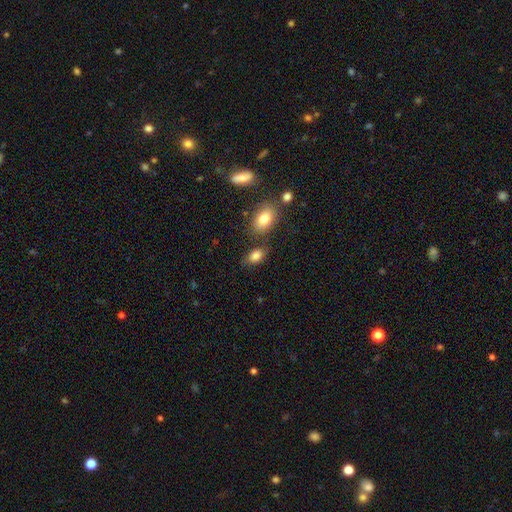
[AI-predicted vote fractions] Overall: smooth (83%). How rounded: in between (85%). Merging: none (70%).